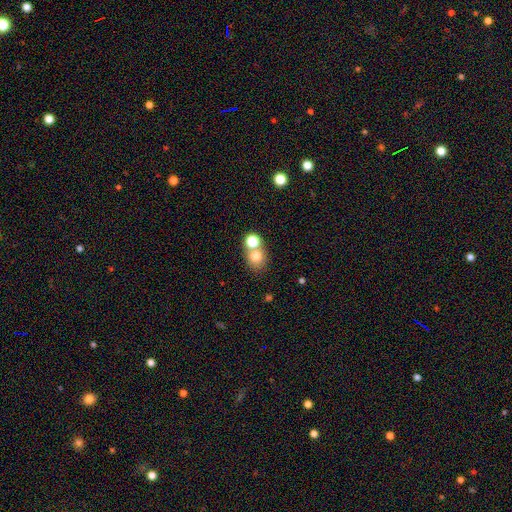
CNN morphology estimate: smooth 75%, star or artifact 14%, featured or disk 11%. Down the decision tree: how rounded — round (71%); merging — none (51%).